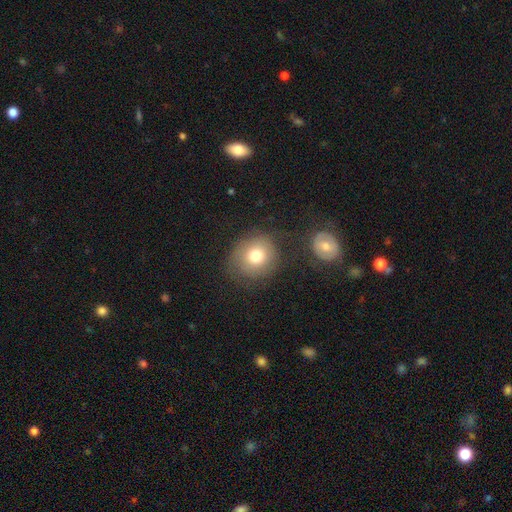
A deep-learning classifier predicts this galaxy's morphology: This is likely a smooth galaxy (76%). How rounded: clearly round (83%). Merging: likely none (71%).